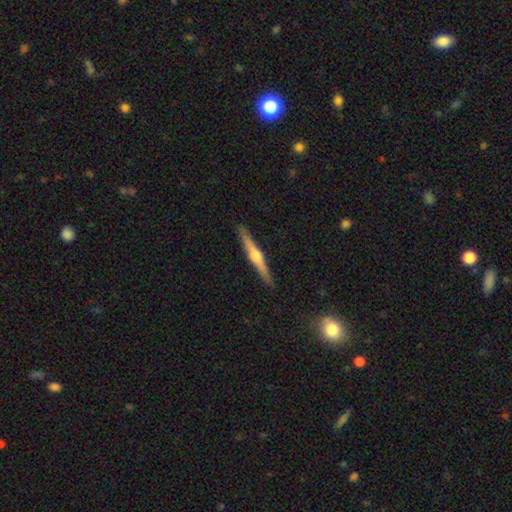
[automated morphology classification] Smooth or featured?
  - featured or disk: 74% *
  - smooth: 21%
  - star or artifact: 5%
Edge-on disk?
  - yes: 98% *
  - no: 2%
Edge-on bulge?
  - rounded: 93% *
  - none: 4%
  - boxy: 3%
Merging?
  - none: 92% *
  - minor disturbance: 6%
  - major disturbance: 1%
  - merger: 1%